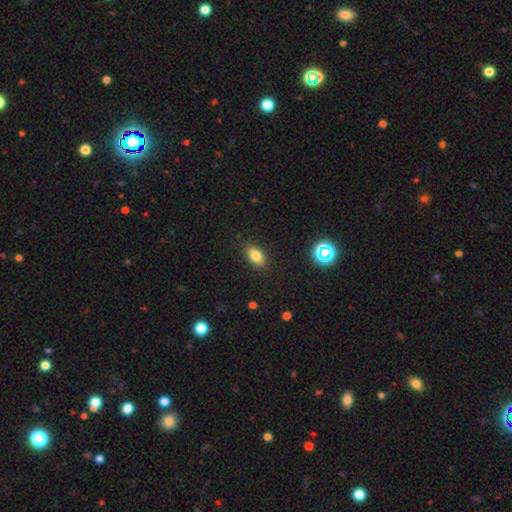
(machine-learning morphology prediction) This appears to be a smooth galaxy with no disk features (80%) that is in between round and cigar-shaped (88%). Merging: none (86%).